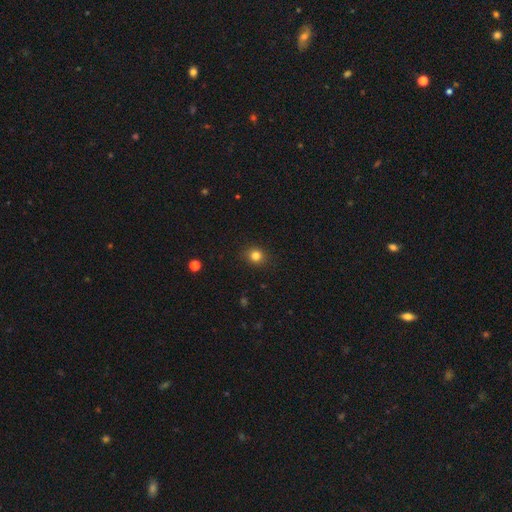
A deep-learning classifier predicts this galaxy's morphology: smooth_or_featured: smooth (p=0.82) [alt: star or artifact p=0.13]
how_rounded: round (p=0.82) [alt: in between p=0.17]
merging: none (p=0.89) [alt: minor disturbance p=0.07]